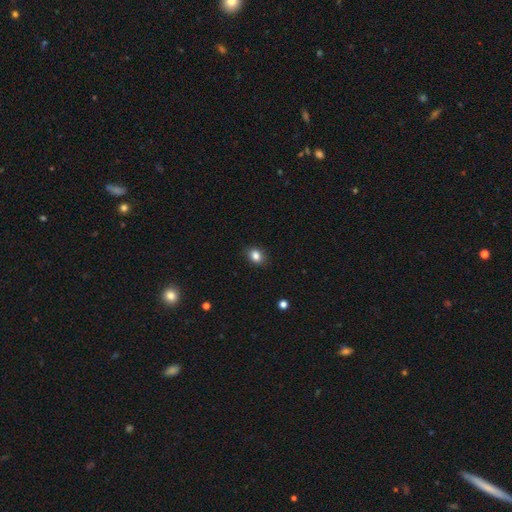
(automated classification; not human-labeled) The model was most divided on "how rounded": in between: 58%, round: 41%, cigar-shaped: 1%. More confident: merging — none (86%); smooth or featured — smooth (85%).